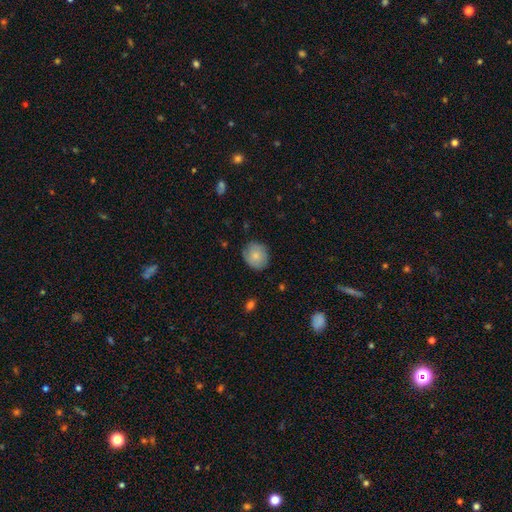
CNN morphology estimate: Smooth or featured? Predicted: smooth (p=0.76). How rounded? Predicted: round (p=0.77). Merging? Predicted: none (p=0.79).